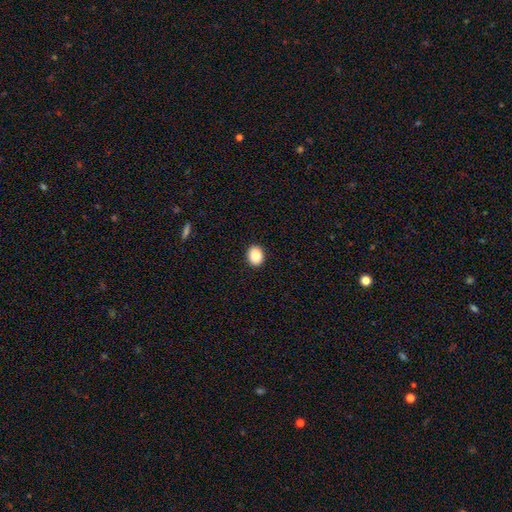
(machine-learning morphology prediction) Overall: smooth (86%). How rounded: round (53%; in between 46%). Merging: none (92%).